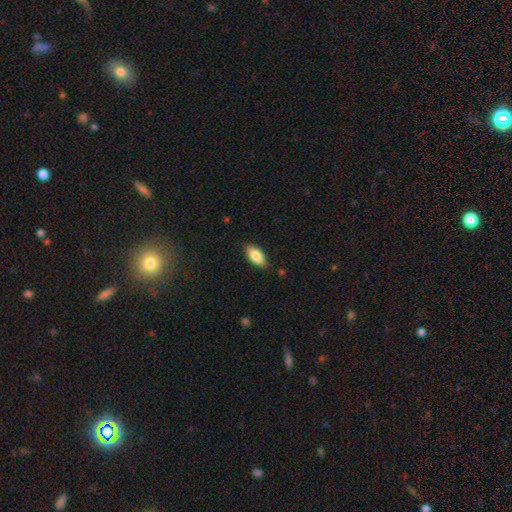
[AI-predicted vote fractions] smooth-or-featured: smooth: 83% | featured or disk: 10% | star or artifact: 6%
  how-rounded: in between: 88% | cigar-shaped: 10% | round: 2%
  merging: none: 85% | minor disturbance: 12% | major disturbance: 2% | merger: 1%